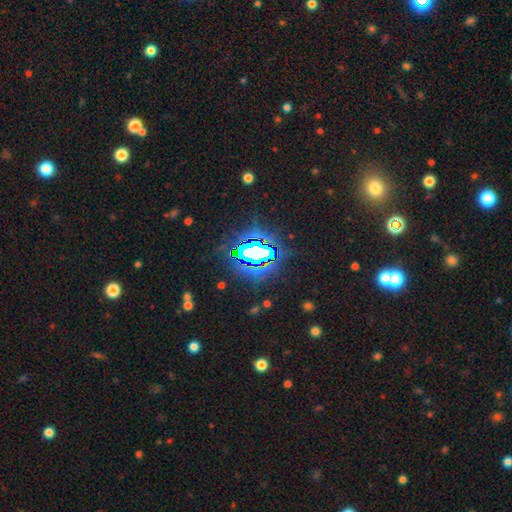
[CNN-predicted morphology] Q: Smooth or featured?
A: star or artifact (77%); runner-up: smooth (12%)